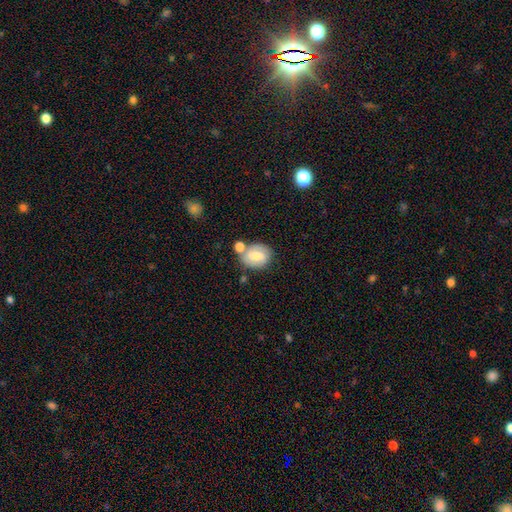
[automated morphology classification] smooth-or-featured: smooth: 48% | featured or disk: 43% | star or artifact: 8%
  merging: none: 54% | merger: 22% | minor disturbance: 18% | major disturbance: 7%